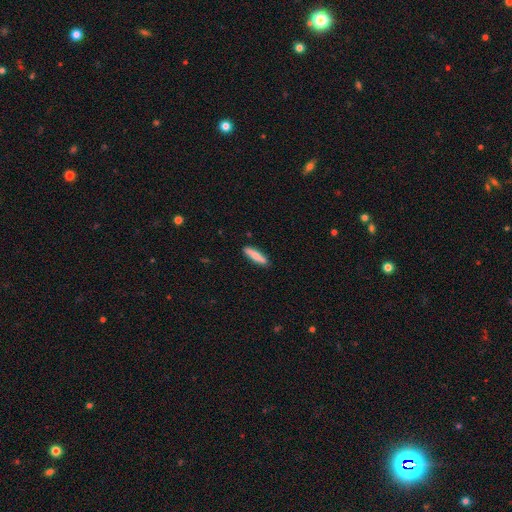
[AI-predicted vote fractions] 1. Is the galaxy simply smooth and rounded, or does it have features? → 74% smooth, 20% featured or disk, 6% star or artifact.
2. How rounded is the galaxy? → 80% cigar-shaped, 19% in between, 2% round.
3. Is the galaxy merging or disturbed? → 89% none, 9% minor disturbance, 2% major disturbance, 1% merger.